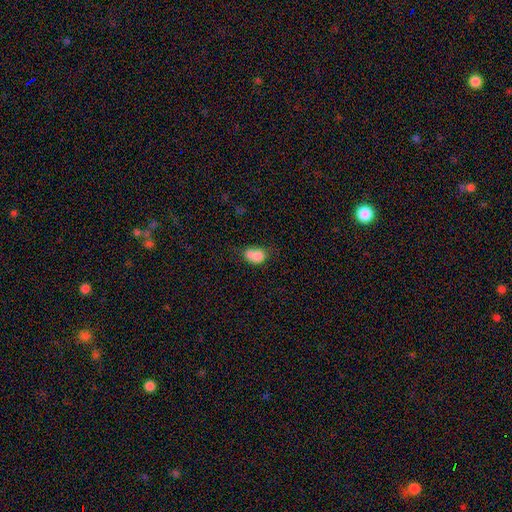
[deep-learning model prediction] The model was most divided on "merging": merger: 48%, none: 28%, minor disturbance: 16%, major disturbance: 7%. More confident: smooth or featured — smooth (77%); how rounded — in between (63%).